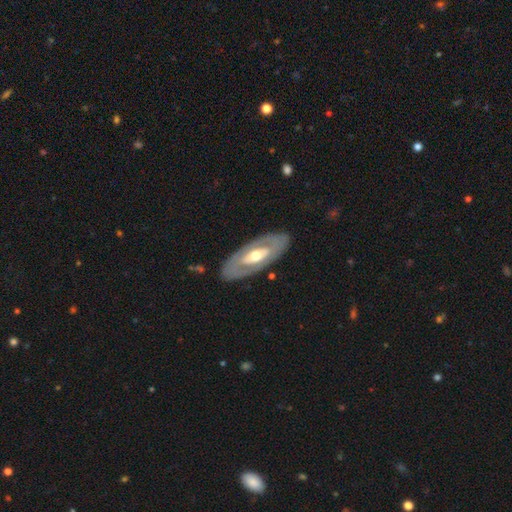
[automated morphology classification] A featured or disk galaxy (66%) with no bar (67%), no spiral arms (79%) and a moderate central bulge (71%). Merging: none (85%).